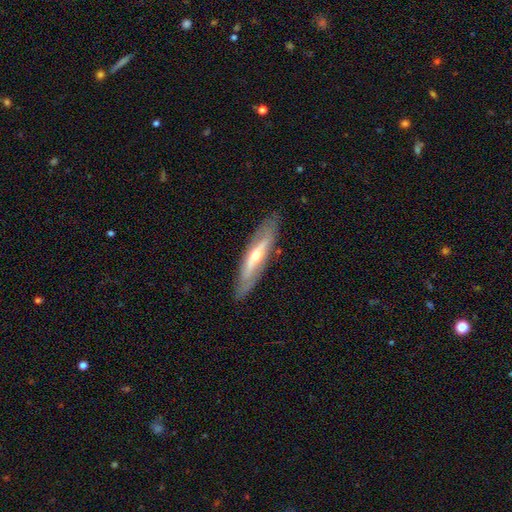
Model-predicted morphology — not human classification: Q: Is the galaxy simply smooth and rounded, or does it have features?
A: featured or disk — 70%.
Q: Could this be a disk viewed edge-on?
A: yes — 57%.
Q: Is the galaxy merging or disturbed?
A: none — 85%.